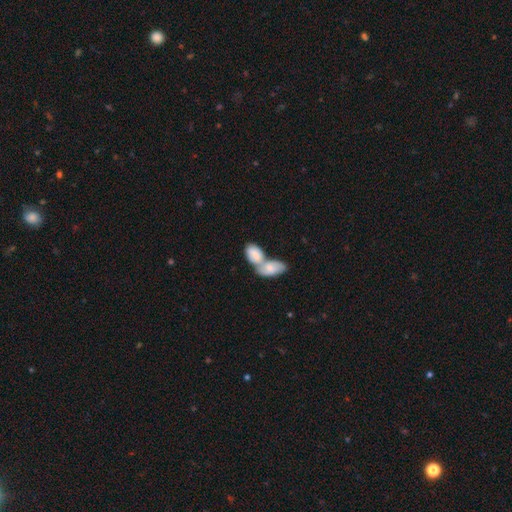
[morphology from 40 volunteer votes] Smooth or featured? smooth (85%)
How rounded? in between (94%)
Merging? merger (67%)